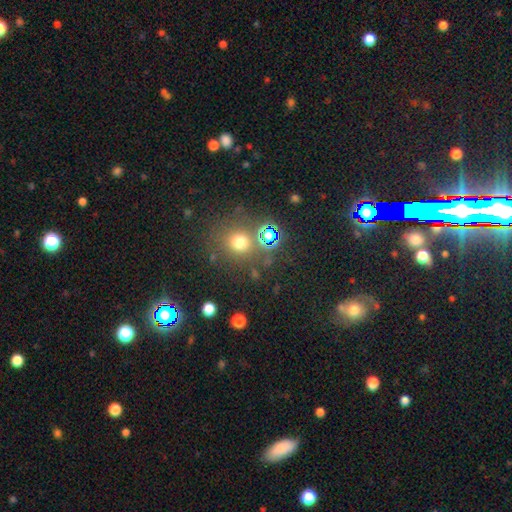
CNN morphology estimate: smooth-or-featured: star or artifact: 60% | smooth: 30% | featured or disk: 10%